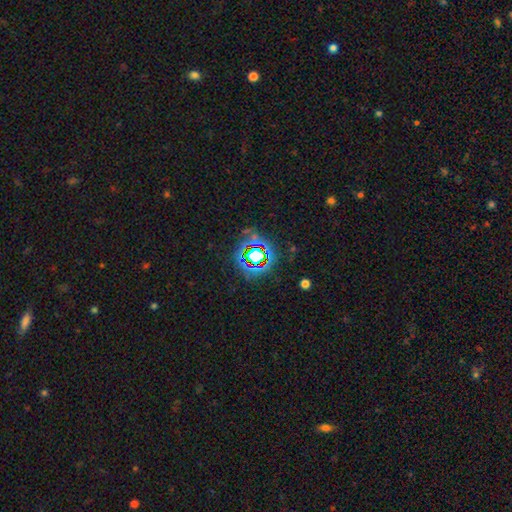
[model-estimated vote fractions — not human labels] A star or artifact, not a galaxy (68%).